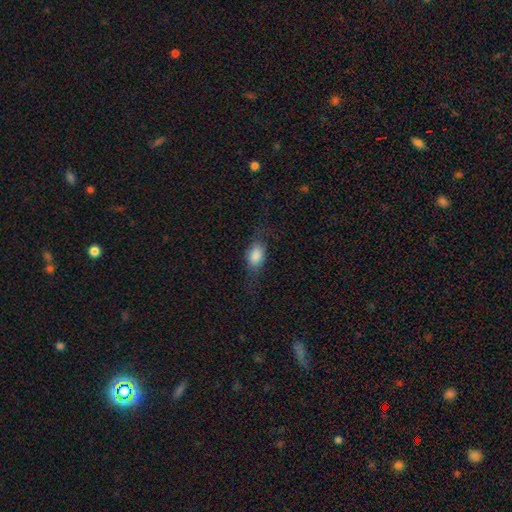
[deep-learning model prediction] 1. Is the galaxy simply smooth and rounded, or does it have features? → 77% smooth, 15% featured or disk, 9% star or artifact.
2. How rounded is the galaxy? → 80% in between, 12% round, 7% cigar-shaped.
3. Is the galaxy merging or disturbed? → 60% none, 23% minor disturbance, 15% major disturbance, 1% merger.